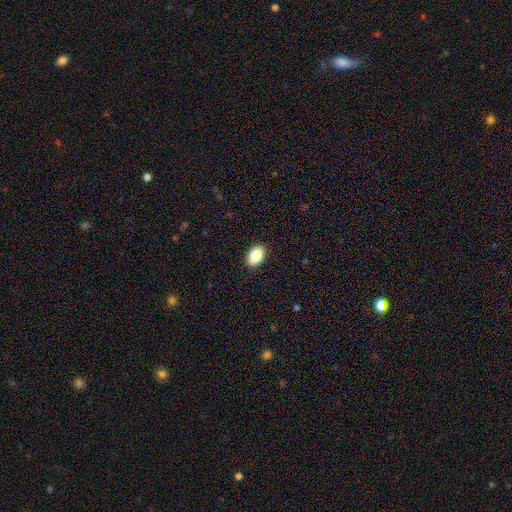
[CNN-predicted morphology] This appears to be a smooth galaxy with no disk features (86%) that is in between round and cigar-shaped (88%). Merging: none (90%).